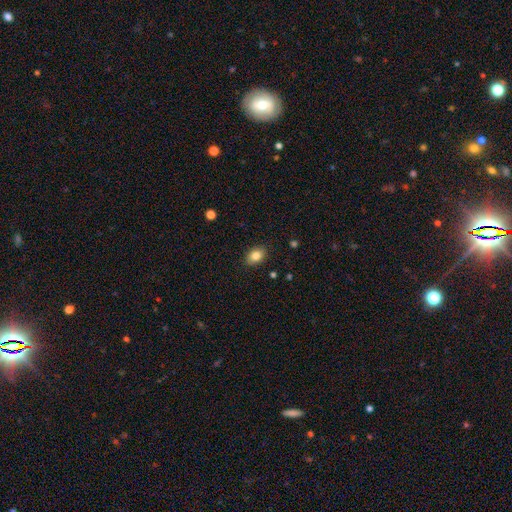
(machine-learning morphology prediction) smooth-or-featured: smooth: 84% | star or artifact: 9% | featured or disk: 7%
  how-rounded: in between: 79% | round: 20% | cigar-shaped: 1%
  merging: none: 87% | minor disturbance: 9% | major disturbance: 2% | merger: 1%